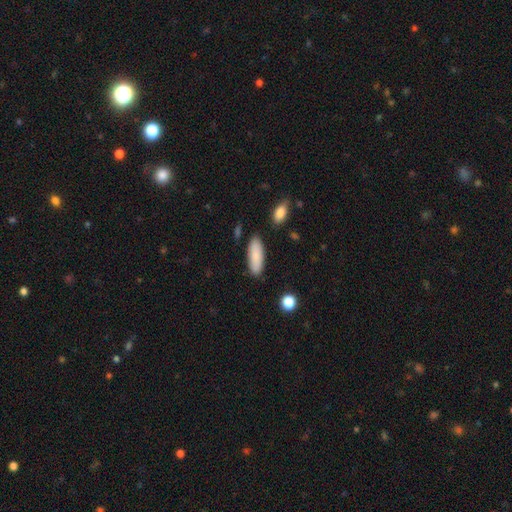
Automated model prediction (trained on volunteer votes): smooth 86%, featured or disk 8%, star or artifact 6%. Down the decision tree: how rounded — in between (66%); merging — none (85%).